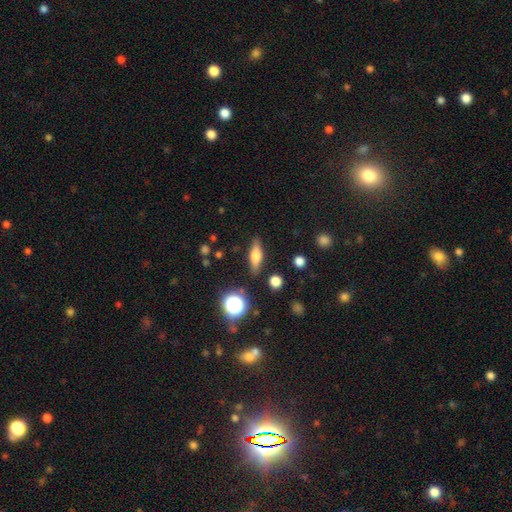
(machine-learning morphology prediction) smooth-or-featured: smooth: 59% | featured or disk: 31% | star or artifact: 10%
  how-rounded: in between: 48% | cigar-shaped: 45% | round: 7%
  merging: none: 83% | minor disturbance: 11% | major disturbance: 3% | merger: 3%